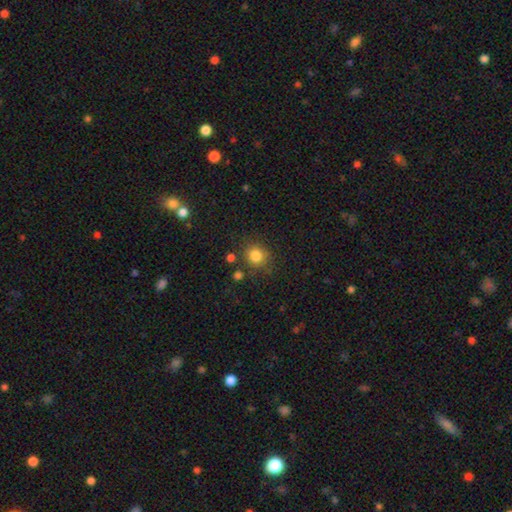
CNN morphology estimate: Smooth or featured: smooth — 83% (star or artifact — 11%)
How rounded: round — 86% (in between — 13%)
Merging: none — 79% (minor disturbance — 11%)